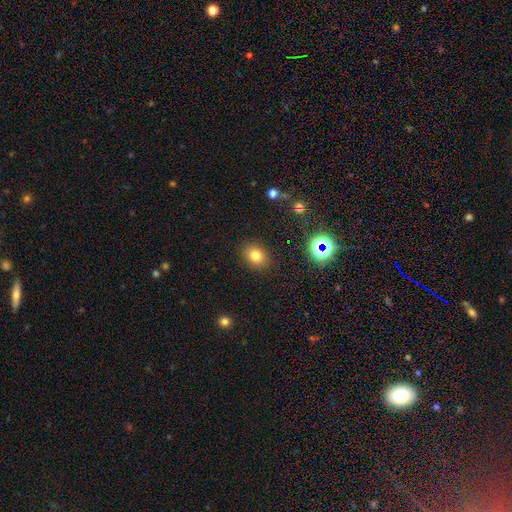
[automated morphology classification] This is likely a smooth galaxy (77%). How rounded: possibly round (51%). Merging: clearly none (88%).